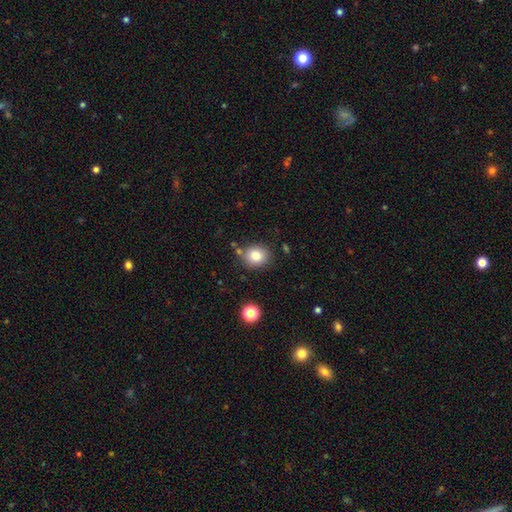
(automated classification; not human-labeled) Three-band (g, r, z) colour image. It shows a smooth galaxy with no disk features (81%) that is round (75%). Merging: none (80%).